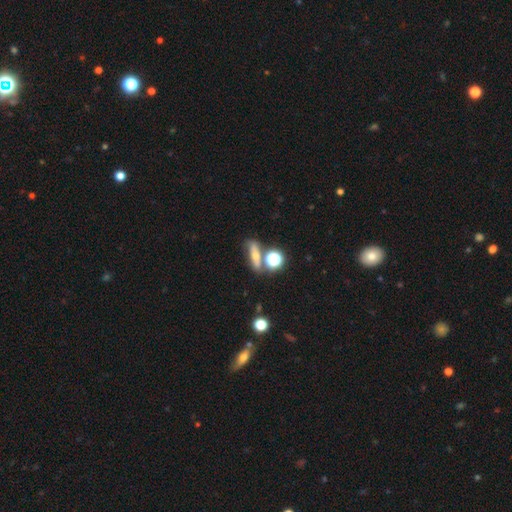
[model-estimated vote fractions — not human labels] This appears to be a smooth galaxy with no disk features (52%) that is cigar-shaped (38%). Merging: none (61%).